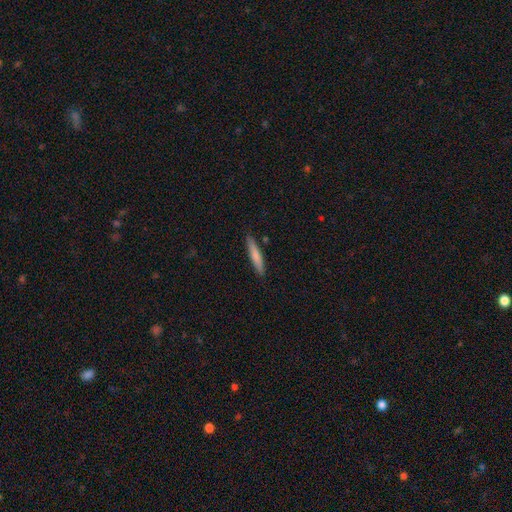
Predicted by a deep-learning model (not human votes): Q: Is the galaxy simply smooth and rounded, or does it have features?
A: smooth — 72%.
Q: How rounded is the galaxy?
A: cigar-shaped — 91%.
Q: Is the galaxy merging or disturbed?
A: none — 88%.